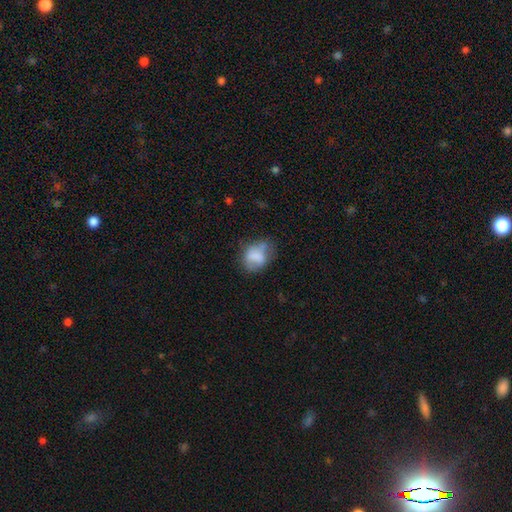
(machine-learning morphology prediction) A smooth galaxy with no disk features (69%) that is in between round and cigar-shaped (62%). Merging: none (45%).